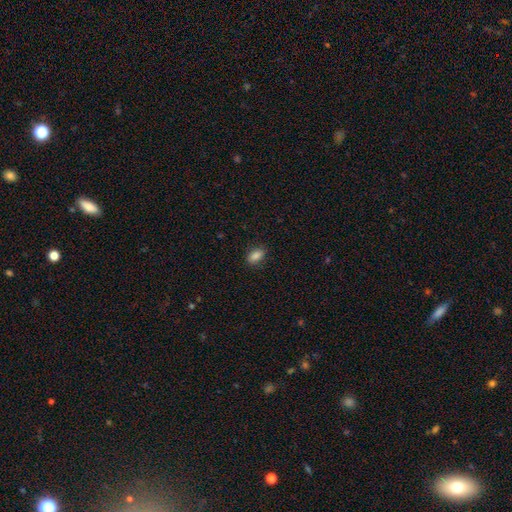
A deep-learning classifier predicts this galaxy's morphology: Q: Smooth or featured?
A: smooth (86%); runner-up: star or artifact (9%)
Q: How rounded?
A: in between (87%); runner-up: round (8%)
Q: Merging?
A: none (85%); runner-up: minor disturbance (12%)